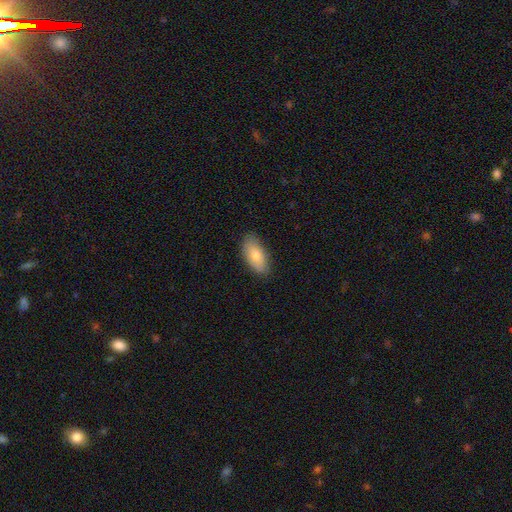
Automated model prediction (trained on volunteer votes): A smooth galaxy with no disk features (80%) that is in between round and cigar-shaped (91%).

Vote fractions:
- Smooth or featured? smooth: 80% / featured or disk: 13% / star or artifact: 6%
- How rounded? in between: 91% / cigar-shaped: 7% / round: 3%
- Merging? none: 82% / minor disturbance: 14% / major disturbance: 3% / merger: 1%